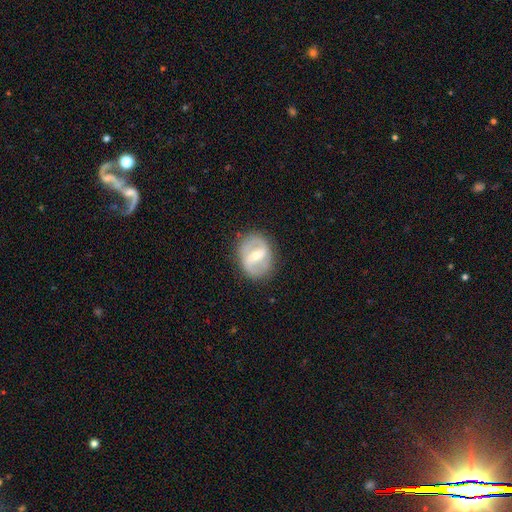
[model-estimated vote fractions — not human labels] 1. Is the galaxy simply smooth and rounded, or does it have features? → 77% featured or disk, 17% smooth, 6% star or artifact.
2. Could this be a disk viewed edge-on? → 96% no, 4% yes.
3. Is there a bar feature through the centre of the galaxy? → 55% strong, 36% weak, 9% no.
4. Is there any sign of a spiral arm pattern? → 74% yes, 26% no.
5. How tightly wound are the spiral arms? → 44% medium, 31% loose, 25% tight.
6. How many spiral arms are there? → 85% 2, 10% can't tell, 2% 1, 1% 3, 1% 4, 1% more than 4.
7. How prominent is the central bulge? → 49% moderate, 45% small, 3% large, 2% none, 1% dominant.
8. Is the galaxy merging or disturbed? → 83% none, 12% minor disturbance, 4% major disturbance, 1% merger.